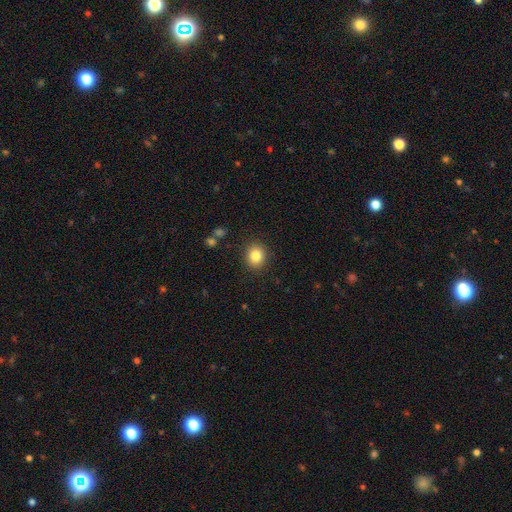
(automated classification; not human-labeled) Morphology: type=smooth (84%); roundness=round (72%); merging=none (89%).